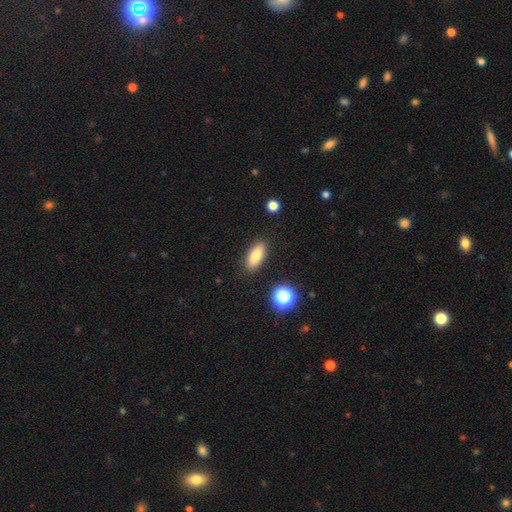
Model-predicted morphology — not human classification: smooth-or-featured: smooth: 81% | featured or disk: 10% | star or artifact: 9%
  how-rounded: in between: 79% | cigar-shaped: 17% | round: 4%
  merging: none: 87% | minor disturbance: 9% | major disturbance: 2% | merger: 2%